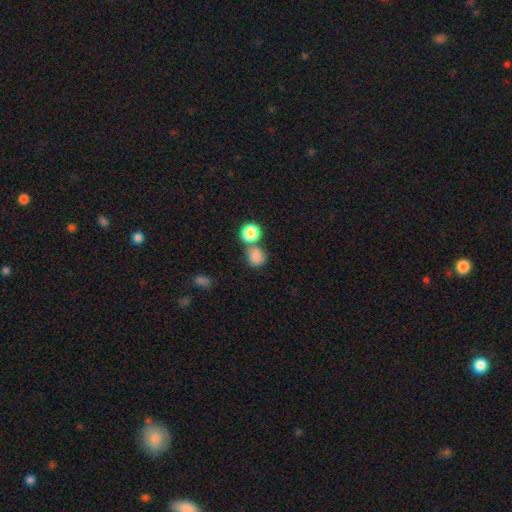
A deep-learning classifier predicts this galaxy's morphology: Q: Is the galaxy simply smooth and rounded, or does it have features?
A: smooth — 80%.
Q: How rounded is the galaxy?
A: round — 78%.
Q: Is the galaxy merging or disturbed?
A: none — 52%.